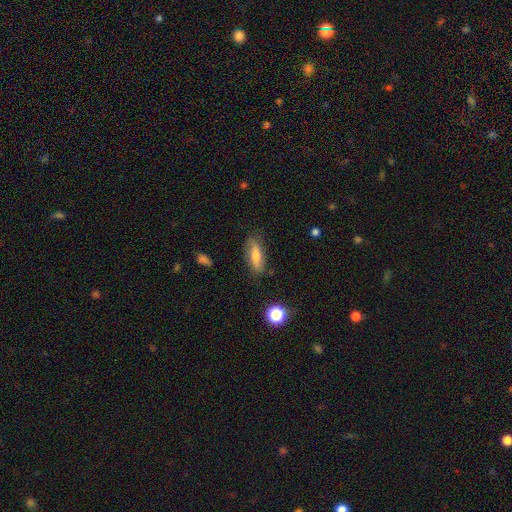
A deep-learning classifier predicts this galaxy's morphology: This is possibly a smooth galaxy (60%). How rounded: likely in between (62%). Merging: likely none (79%).